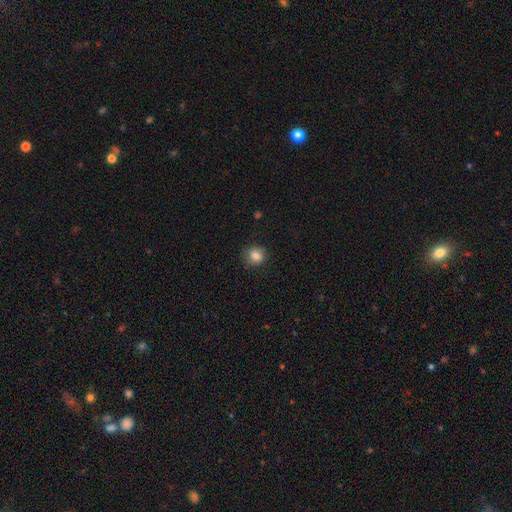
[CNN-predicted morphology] Q: Smooth or featured?
A: smooth (84%); runner-up: star or artifact (10%)
Q: How rounded?
A: round (86%); runner-up: in between (13%)
Q: Merging?
A: none (86%); runner-up: minor disturbance (10%)